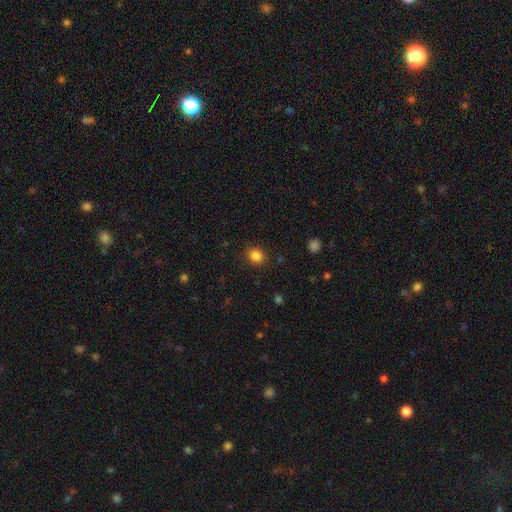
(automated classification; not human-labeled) A smooth galaxy with no disk features (85%) that is round (52%). Merging: none (87%).